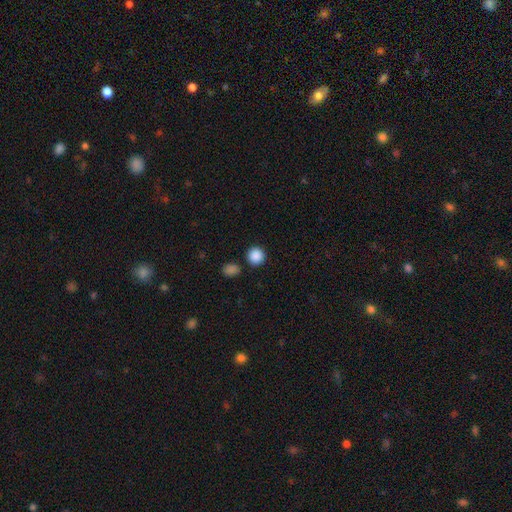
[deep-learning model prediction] smooth_or_featured: smooth (p=0.88) [alt: star or artifact p=0.09]
how_rounded: round (p=0.92) [alt: in between p=0.07]
merging: none (p=0.86) [alt: minor disturbance p=0.07]